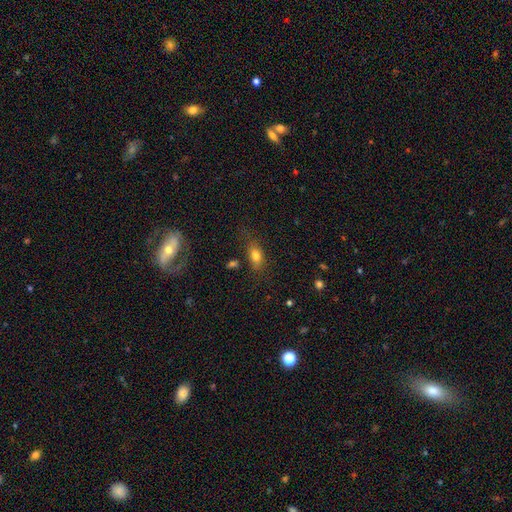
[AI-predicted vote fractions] smooth_or_featured: smooth (p=0.76) [alt: featured or disk p=0.13]
how_rounded: in between (p=0.81) [alt: round p=0.10]
merging: none (p=0.69) [alt: minor disturbance p=0.19]